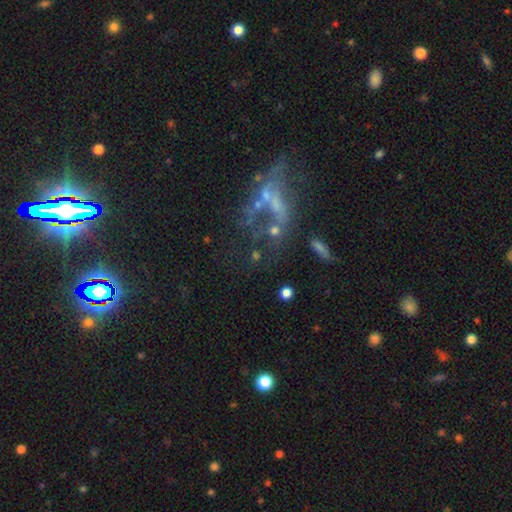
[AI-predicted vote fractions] Smooth or featured?
  - featured or disk: 50% *
  - star or artifact: 28%
  - smooth: 22%
Merging?
  - none: 31% * (tied)
  - major disturbance: 31% * (tied)
  - merger: 26%
  - minor disturbance: 12%